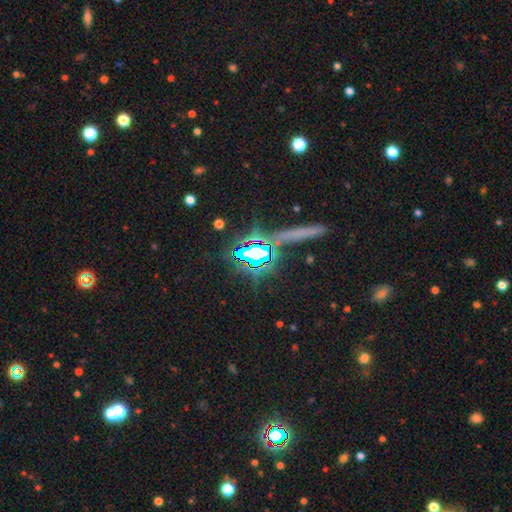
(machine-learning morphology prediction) The model was most divided on "smooth or featured": star or artifact: 69%, smooth: 17%, featured or disk: 14%.